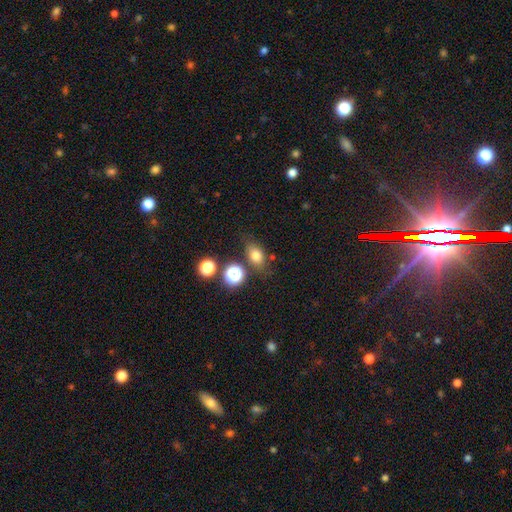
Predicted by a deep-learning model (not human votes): This appears to be a smooth galaxy with no disk features (75%) that is in between round and cigar-shaped (71%). Merging: none (71%).